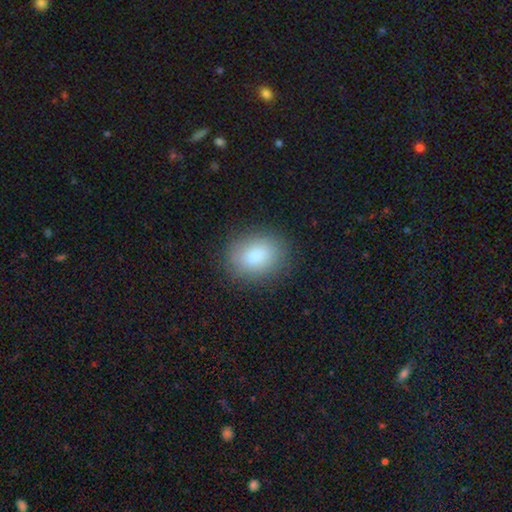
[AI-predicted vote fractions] smooth-or-featured: smooth: 84% | star or artifact: 8% | featured or disk: 7%
  how-rounded: in between: 64% | round: 34% | cigar-shaped: 1%
  merging: none: 86% | minor disturbance: 10% | major disturbance: 3% | merger: 1%